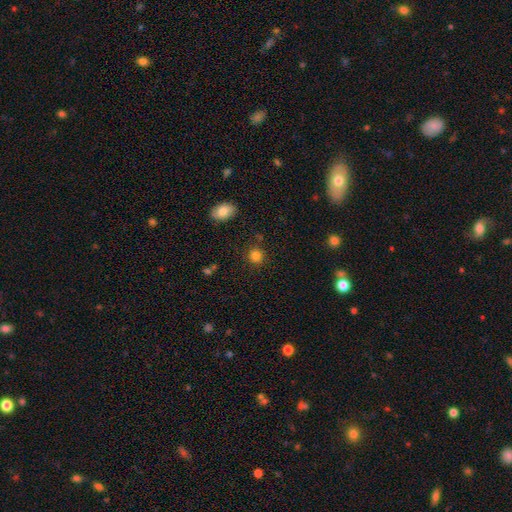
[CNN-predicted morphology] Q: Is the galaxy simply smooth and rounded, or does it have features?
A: smooth — 83%.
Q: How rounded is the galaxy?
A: round — 86%.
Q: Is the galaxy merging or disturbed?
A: none — 85%.